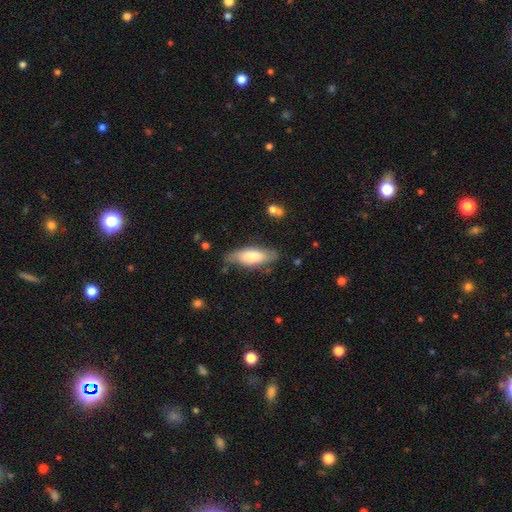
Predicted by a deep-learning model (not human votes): The model was most divided on "how rounded": in between: 67%, cigar-shaped: 31%, round: 2%. More confident: merging — none (70%); smooth or featured — smooth (69%).